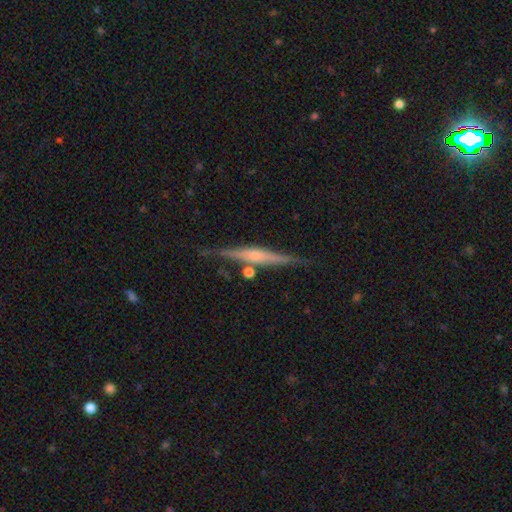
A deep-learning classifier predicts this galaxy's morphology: This appears to be a featured or disk galaxy (68%) viewed edge-on (97%) with a rounded central bulge (57%). Merging: none (80%).